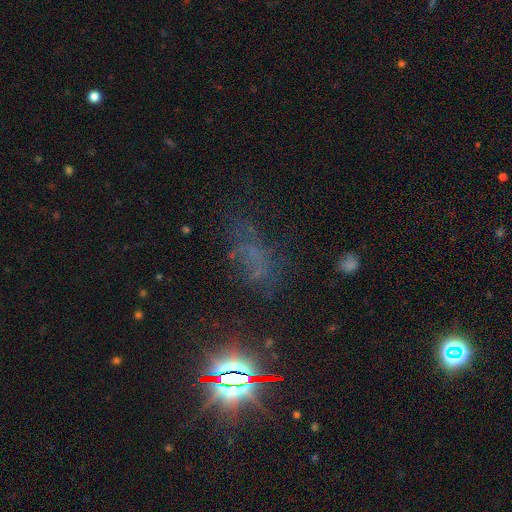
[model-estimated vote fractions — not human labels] Q: Smooth or featured?
A: star or artifact (48%); runner-up: featured or disk (27%)